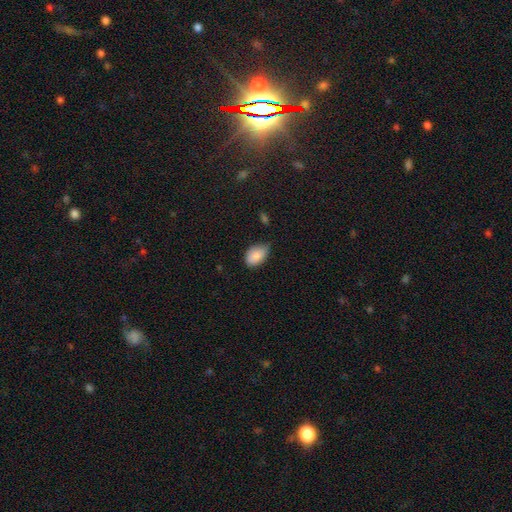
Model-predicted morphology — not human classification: smooth 86%, star or artifact 7%, featured or disk 7%. Down the decision tree: how rounded — in between (87%); merging — none (49%).